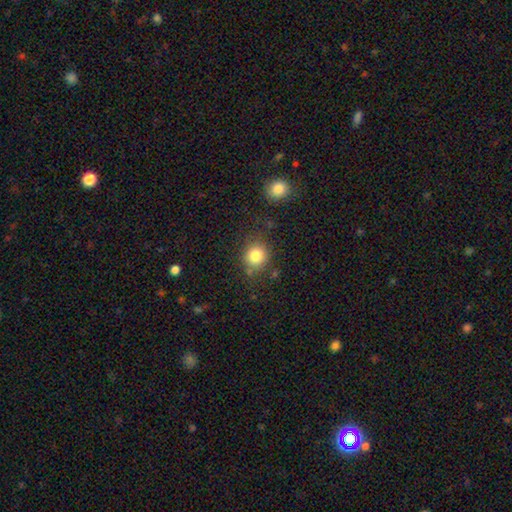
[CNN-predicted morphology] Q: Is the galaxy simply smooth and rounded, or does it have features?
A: smooth — 82%.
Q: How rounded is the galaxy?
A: round — 80%.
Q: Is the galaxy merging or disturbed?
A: none — 78%.